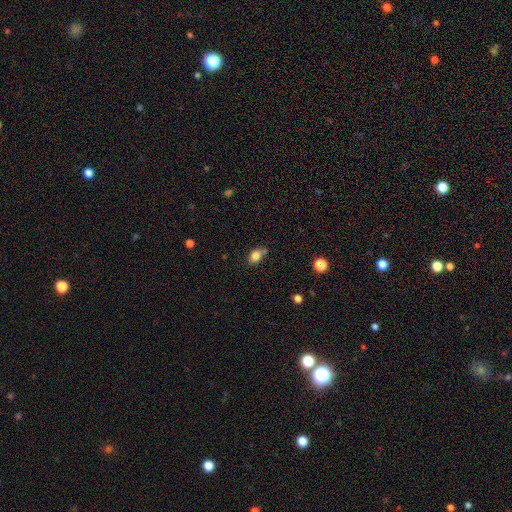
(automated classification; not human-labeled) Smooth or featured? Predicted: smooth (p=0.82). How rounded? Predicted: in between (p=0.75). Merging? Predicted: none (p=0.64).